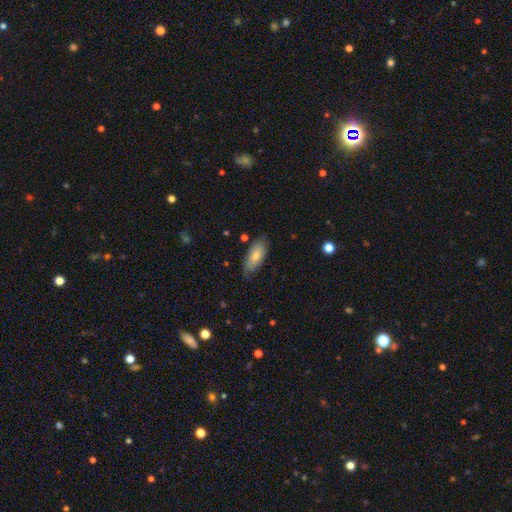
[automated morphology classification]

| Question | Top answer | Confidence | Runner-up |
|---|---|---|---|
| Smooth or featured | smooth | 75% | featured or disk (19%) |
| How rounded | in between | 85% | cigar-shaped (13%) |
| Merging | none | 70% | minor disturbance (24%) |